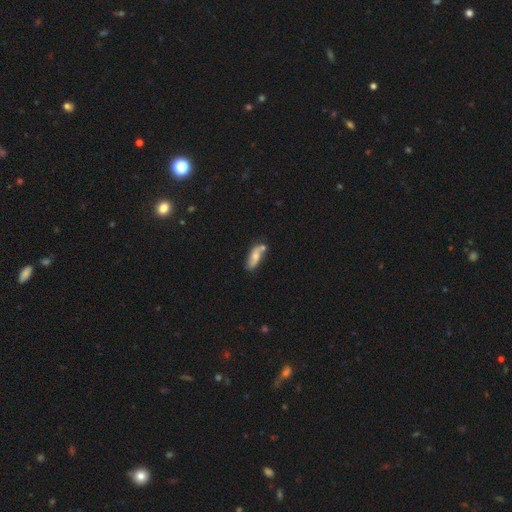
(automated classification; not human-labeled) Q: Smooth or featured?
A: smooth (49%); runner-up: featured or disk (44%)
Q: Merging?
A: none (55%); runner-up: minor disturbance (20%)